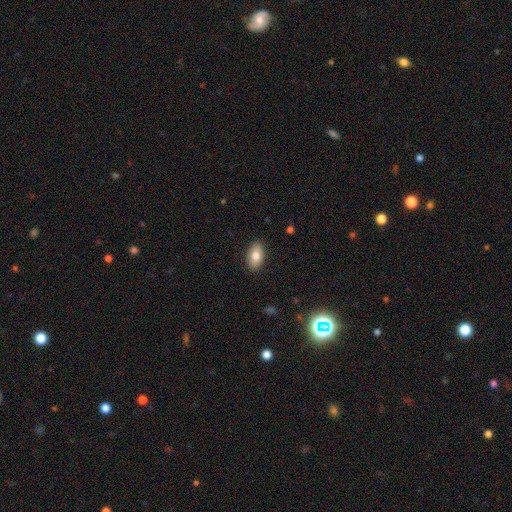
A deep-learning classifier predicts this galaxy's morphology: Q: Smooth or featured?
A: smooth (80%); runner-up: featured or disk (13%)
Q: How rounded?
A: in between (92%); runner-up: round (6%)
Q: Merging?
A: none (89%); runner-up: minor disturbance (8%)